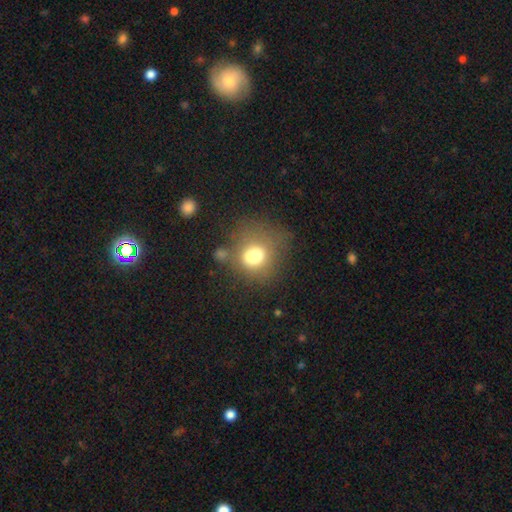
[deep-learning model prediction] smooth_or_featured: smooth (p=0.71) [alt: featured or disk p=0.17]
how_rounded: round (p=0.65) [alt: in between p=0.34]
merging: none (p=0.49) [alt: minor disturbance p=0.20]